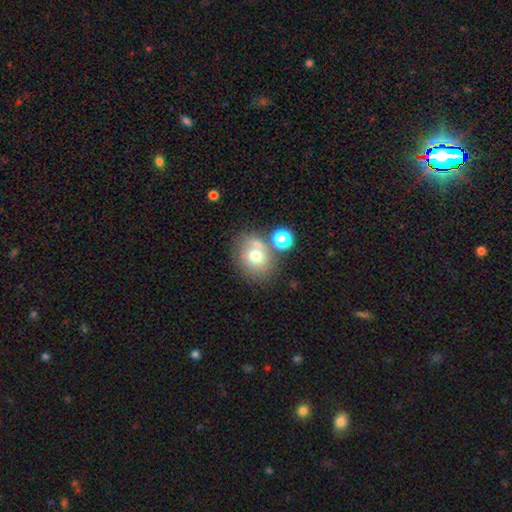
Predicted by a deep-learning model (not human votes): This appears to be a smooth galaxy with no disk features (67%) that is round (59%). Merging: none (54%).